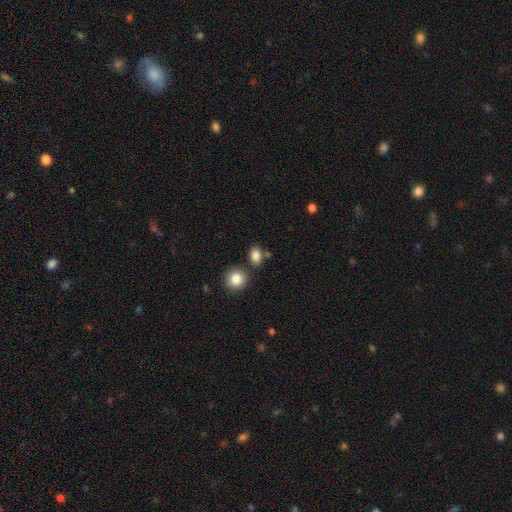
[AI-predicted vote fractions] Overall: smooth (85%). How rounded: in between (72%). Merging: none (72%).